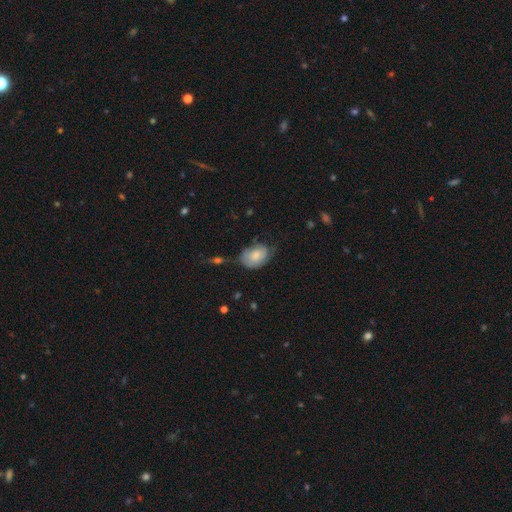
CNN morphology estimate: type=smooth (69%); roundness=in between (79%); merging=none (46%).